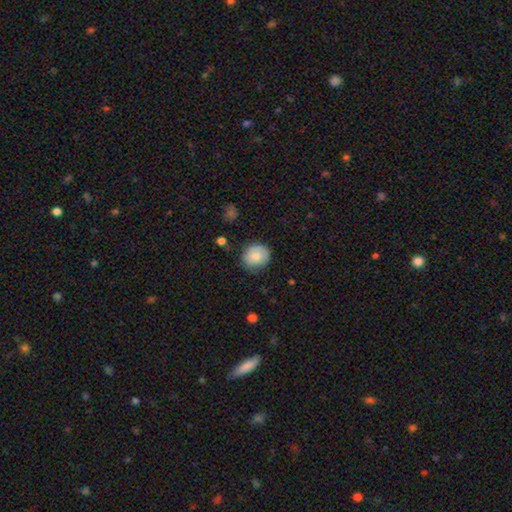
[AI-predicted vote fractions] The model was most divided on "merging": none: 75%, minor disturbance: 19%, major disturbance: 5%, merger: 2%. More confident: how rounded — round (82%); smooth or featured — smooth (79%).